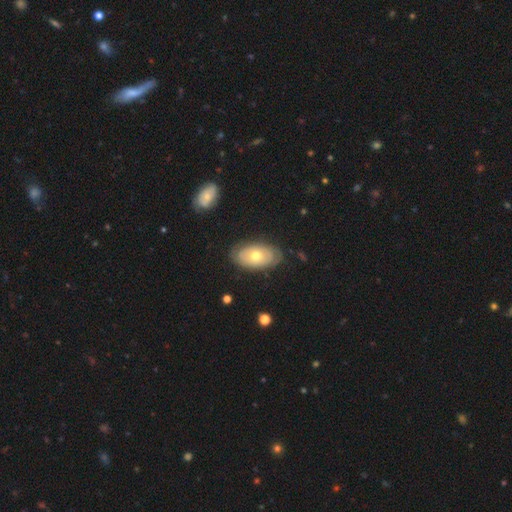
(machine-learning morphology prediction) type=featured or disk (54%); edge-on=no (91%); merging=none (79%).